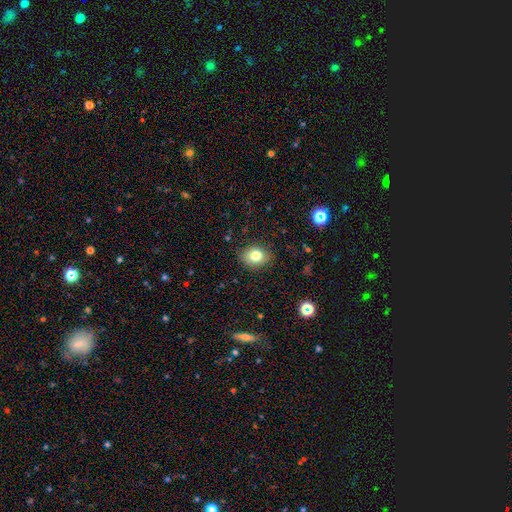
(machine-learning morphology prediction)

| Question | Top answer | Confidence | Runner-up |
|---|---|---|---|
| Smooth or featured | smooth | 79% | star or artifact (11%) |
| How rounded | in between | 54% | round (45%) |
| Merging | none | 85% | minor disturbance (11%) |